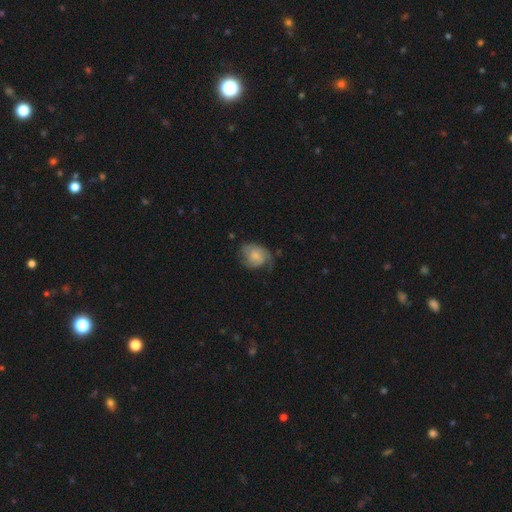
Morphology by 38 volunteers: smooth_or_featured: smooth (p=0.58) [alt: featured or disk p=0.39]
how_rounded: round (p=0.82) [alt: in between p=0.18]
merging: none (p=0.38) [alt: major disturbance p=0.35]